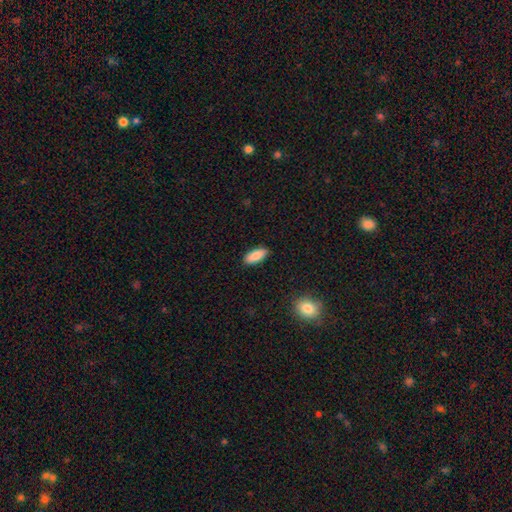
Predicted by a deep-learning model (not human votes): A smooth galaxy with no disk features (88%) that is in between round and cigar-shaped (81%).

Vote fractions:
- Smooth or featured? smooth: 88% / star or artifact: 6% / featured or disk: 6%
- How rounded? in between: 81% / cigar-shaped: 17% / round: 2%
- Merging? none: 89% / minor disturbance: 9% / major disturbance: 2% / merger: 1%